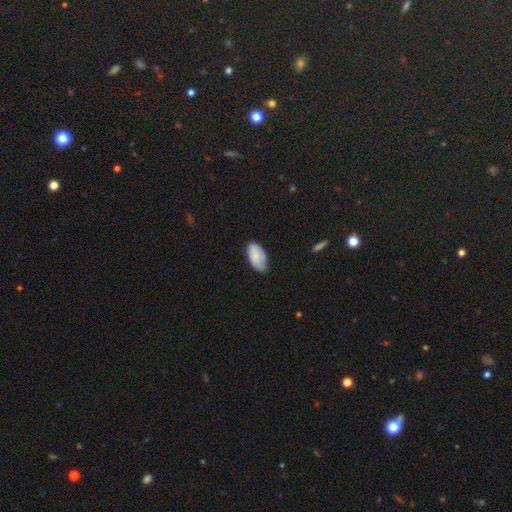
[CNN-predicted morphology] Smooth or featured? smooth (79%)
How rounded? in between (95%)
Merging? none (67%)